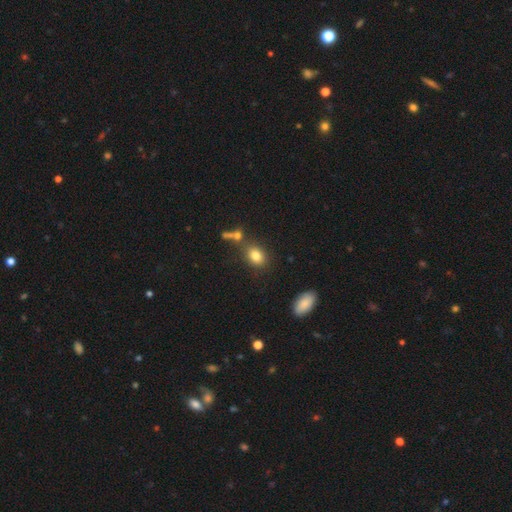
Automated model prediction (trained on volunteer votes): Smooth or featured: smooth — 82% (star or artifact — 10%)
How rounded: in between — 68% (round — 31%)
Merging: none — 70% (minor disturbance — 13%)